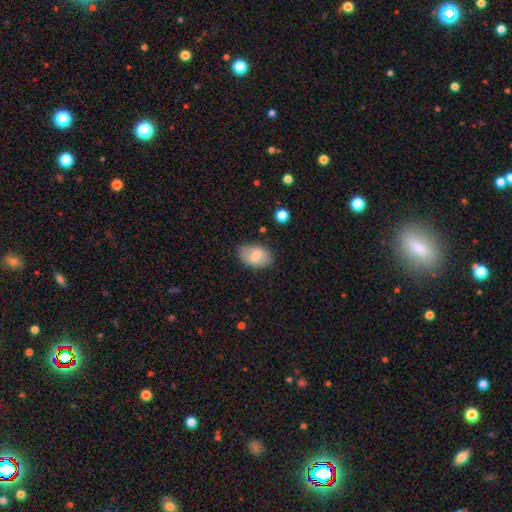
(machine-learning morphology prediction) type=smooth (69%); roundness=in between (89%); merging=none (80%).